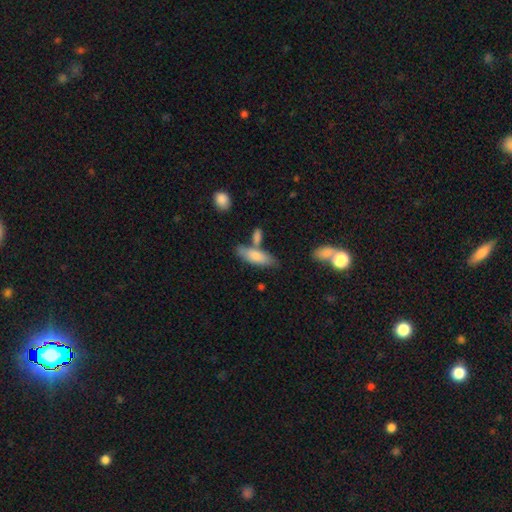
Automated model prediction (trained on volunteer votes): Smooth or featured? Predicted: smooth (p=0.76). How rounded? Predicted: in between (p=0.62). Merging? Predicted: none (p=0.60).